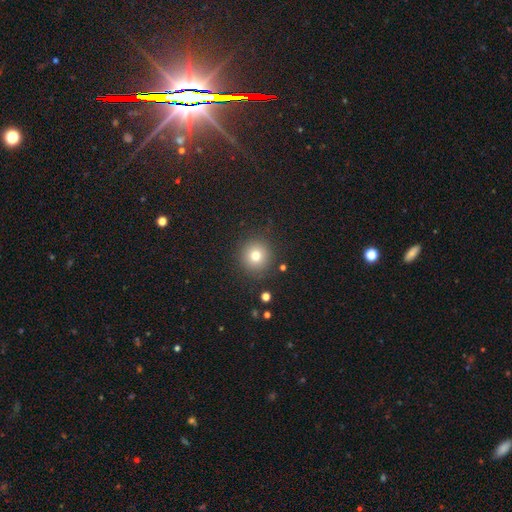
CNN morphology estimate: The model was most divided on "smooth or featured": smooth: 76%, star or artifact: 14%, featured or disk: 10%. More confident: how rounded — round (94%); merging — none (88%).